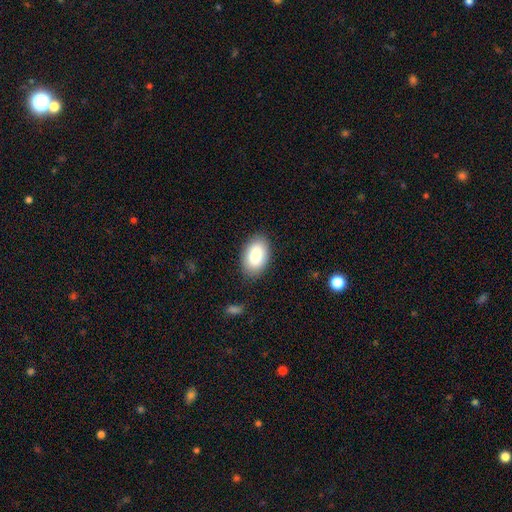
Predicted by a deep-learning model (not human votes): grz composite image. It shows a smooth galaxy with no disk features (85%) that is in between round and cigar-shaped (92%). Merging: none (84%).